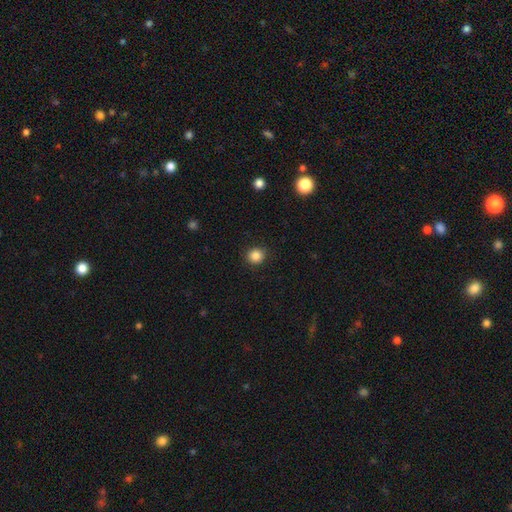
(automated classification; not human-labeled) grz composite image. It shows a smooth galaxy with no disk features (85%) that is round (87%). Merging: none (90%).